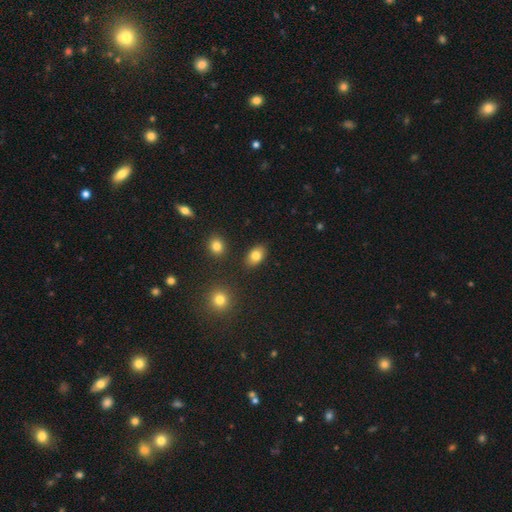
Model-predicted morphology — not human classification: This is clearly a smooth galaxy (82%). How rounded: clearly in between (85%). Merging: clearly none (86%).